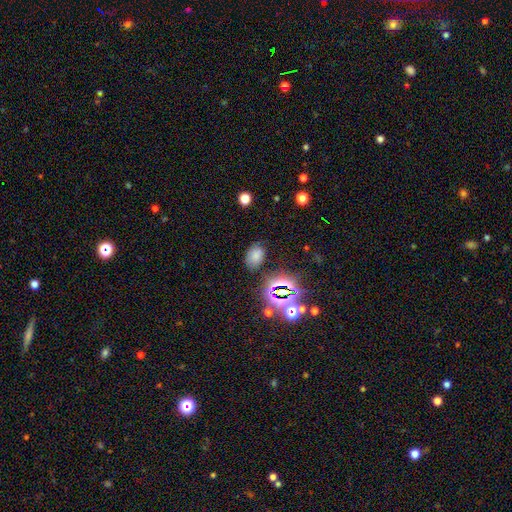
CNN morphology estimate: Smooth or featured: smooth — 64% (star or artifact — 25%)
How rounded: in between — 81% (round — 18%)
Merging: none — 75% (minor disturbance — 17%)